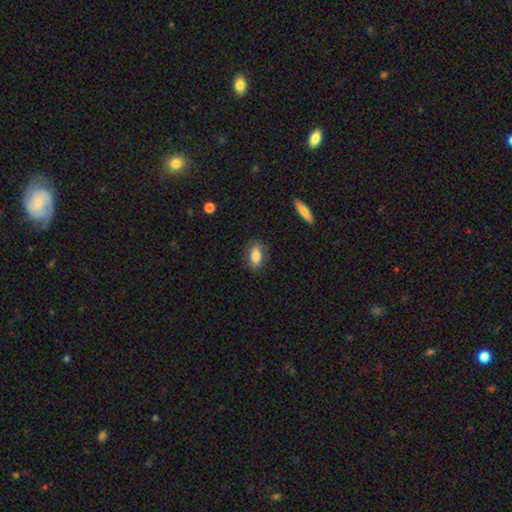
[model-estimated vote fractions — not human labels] This is likely a smooth galaxy (77%). How rounded: clearly in between (80%). Merging: clearly none (82%).